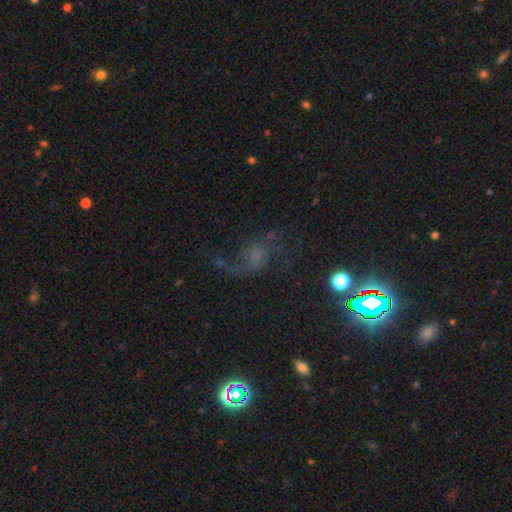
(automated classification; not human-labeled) featured or disk 61%, star or artifact 21%, smooth 18%. Down the decision tree: edge-on disk — no (96%); bar — no (63%); spiral arms — yes (87%); spiral arm count — 2 (77%); spiral winding — loose (71%); bulge size — none (49%); merging — none (53%).